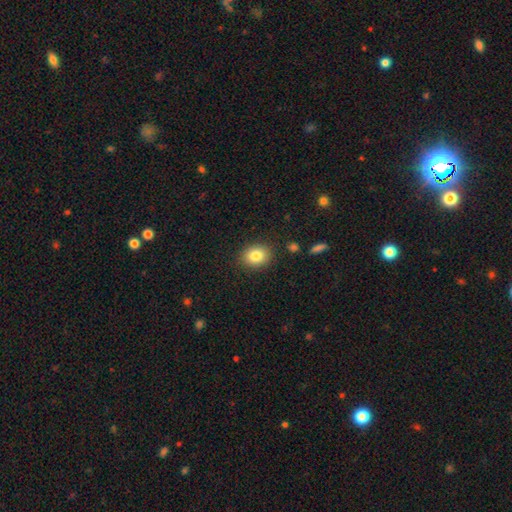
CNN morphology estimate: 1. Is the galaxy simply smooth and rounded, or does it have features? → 82% smooth, 10% star or artifact, 8% featured or disk.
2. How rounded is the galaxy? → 54% round, 45% in between, 1% cigar-shaped.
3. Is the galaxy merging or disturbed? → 87% none, 9% minor disturbance, 3% major disturbance, 2% merger.